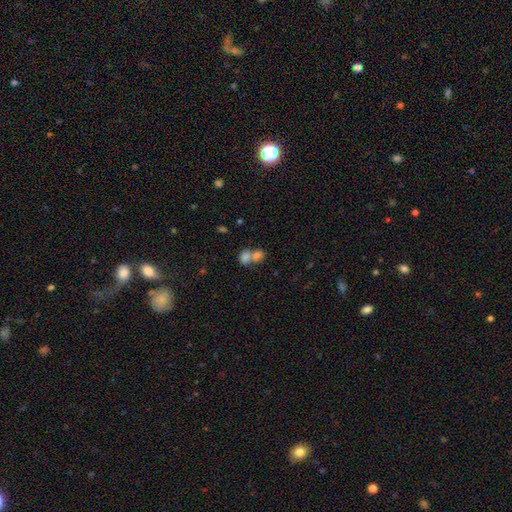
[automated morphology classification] Smooth or featured: smooth — 70% (star or artifact — 17%)
How rounded: round — 54% (in between — 44%)
Merging: merger — 65% (none — 27%)